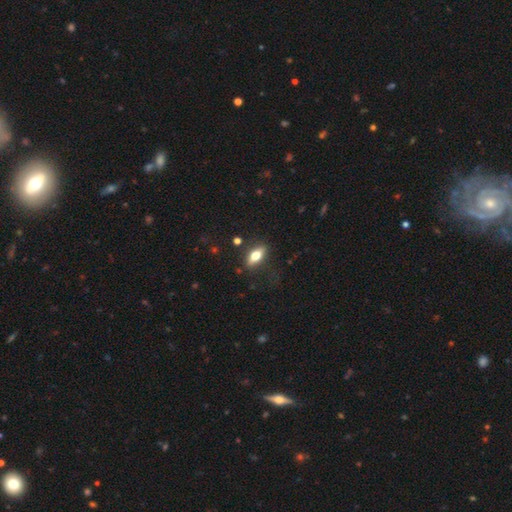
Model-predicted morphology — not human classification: Q: Smooth or featured?
A: smooth (64%); runner-up: featured or disk (29%)
Q: How rounded?
A: in between (74%); runner-up: cigar-shaped (21%)
Q: Merging?
A: none (80%); runner-up: minor disturbance (14%)